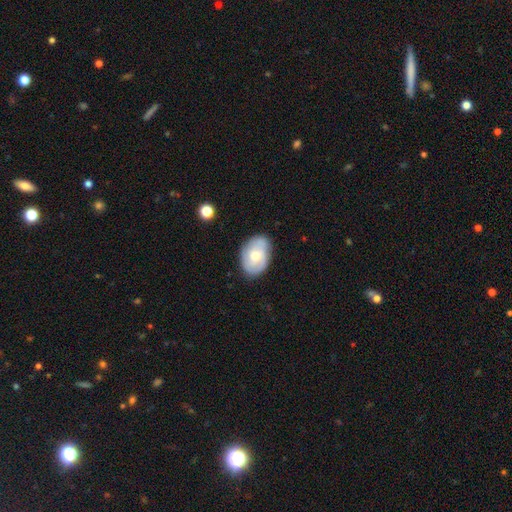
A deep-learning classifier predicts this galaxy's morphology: A featured or disk galaxy (62%) with no bar (68%), spiral arms (84%) and a moderate central bulge (63%).

Vote fractions:
- Smooth or featured? featured or disk: 62% / smooth: 32% / star or artifact: 6%
- Edge-on disk? no: 96% / yes: 4%
- Bar? no: 68% / weak: 28% / strong: 4%
- Spiral arms? yes: 84% / no: 16%
- Bulge size? moderate: 63% / small: 30% / large: 5% / none: 2% / dominant: 1%
- Merging? none: 76% / minor disturbance: 18% / major disturbance: 4% / merger: 1%